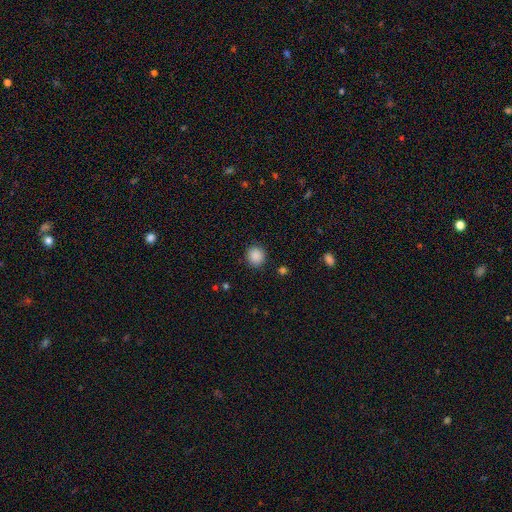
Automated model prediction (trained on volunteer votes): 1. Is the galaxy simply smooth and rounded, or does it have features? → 88% smooth, 10% star or artifact, 3% featured or disk.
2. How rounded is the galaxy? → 91% round, 8% in between, 1% cigar-shaped.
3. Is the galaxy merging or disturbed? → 90% none, 6% minor disturbance, 2% major disturbance, 1% merger.